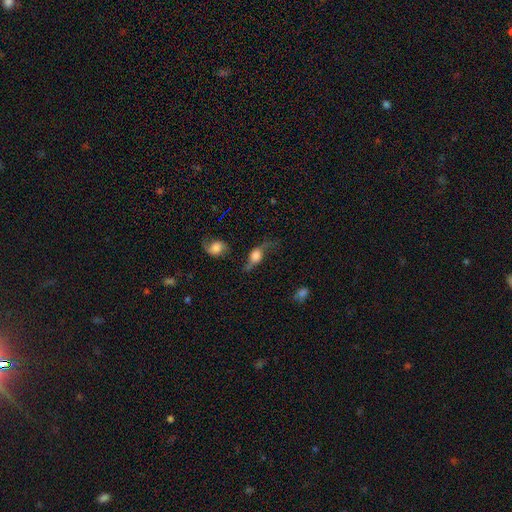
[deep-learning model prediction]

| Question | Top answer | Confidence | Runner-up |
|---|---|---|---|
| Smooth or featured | featured or disk | 60% | smooth (29%) |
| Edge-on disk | no | 60% | yes (40%) |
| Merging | none | 48% | major disturbance (23%) |